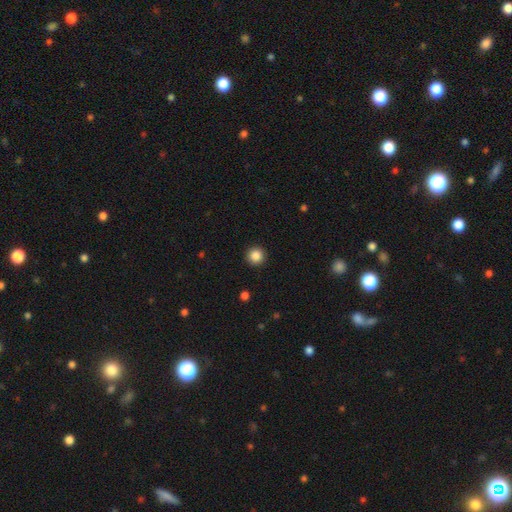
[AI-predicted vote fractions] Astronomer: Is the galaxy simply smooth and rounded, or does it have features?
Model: smooth — 86%.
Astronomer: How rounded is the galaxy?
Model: round — 96%.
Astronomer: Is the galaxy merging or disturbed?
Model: none — 93%.